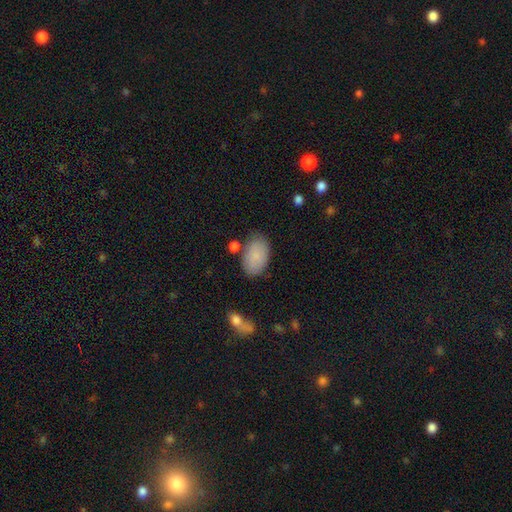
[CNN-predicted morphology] Q: Smooth or featured?
A: smooth (85%); runner-up: featured or disk (9%)
Q: How rounded?
A: in between (93%); runner-up: round (6%)
Q: Merging?
A: none (74%); runner-up: minor disturbance (16%)